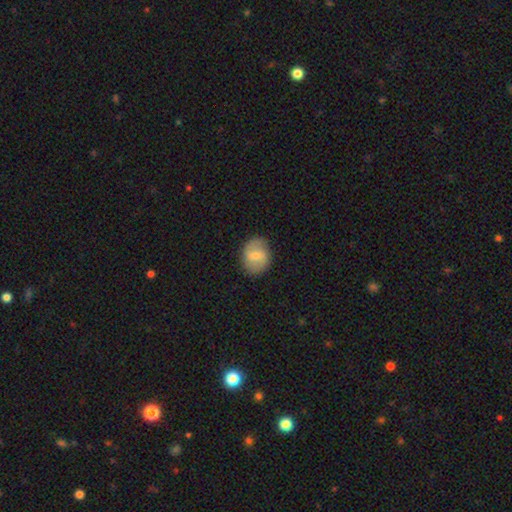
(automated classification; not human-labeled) Smooth or featured?
  - smooth: 51% *
  - featured or disk: 42%
  - star or artifact: 7%
How rounded?
  - round: 56% *
  - in between: 43%
  - cigar-shaped: 1%
Merging?
  - none: 83% *
  - minor disturbance: 12%
  - major disturbance: 3%
  - merger: 1%